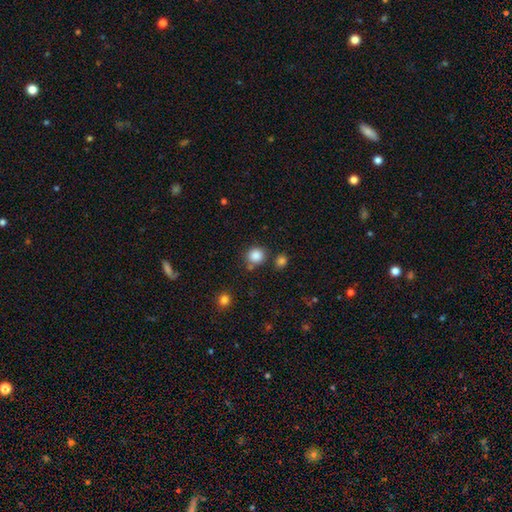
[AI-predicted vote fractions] Smooth or featured? smooth (85%)
How rounded? round (88%)
Merging? none (77%)